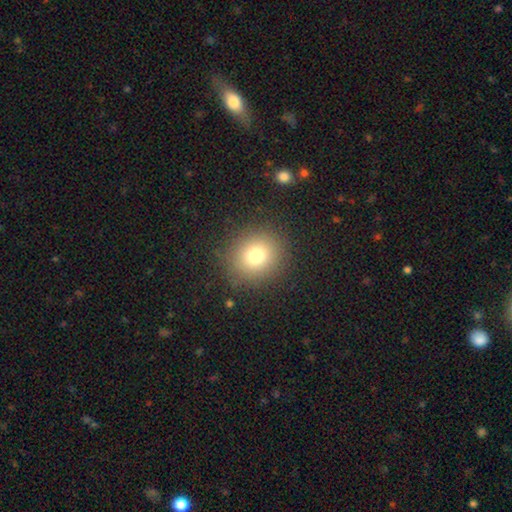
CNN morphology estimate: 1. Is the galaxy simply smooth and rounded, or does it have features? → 75% smooth, 16% star or artifact, 9% featured or disk.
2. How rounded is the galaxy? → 88% round, 12% in between, 1% cigar-shaped.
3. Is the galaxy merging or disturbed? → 88% none, 7% minor disturbance, 4% major disturbance, 1% merger.